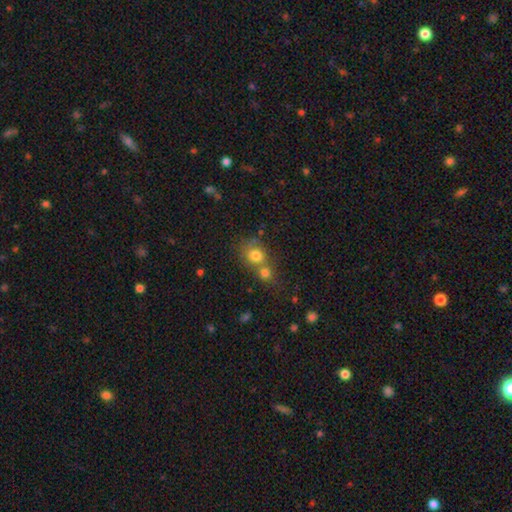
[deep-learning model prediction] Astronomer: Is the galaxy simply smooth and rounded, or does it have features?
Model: smooth — 75%.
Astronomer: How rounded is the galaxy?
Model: round — 74%.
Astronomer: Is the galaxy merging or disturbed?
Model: merger — 54% (runner-up: none, 35%).